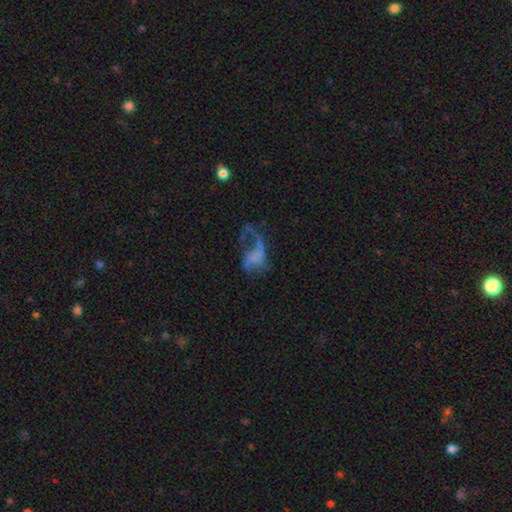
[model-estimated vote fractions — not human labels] Smooth or featured? featured or disk (61%)
Edge-on disk? no (97%)
Bar? no (78%)
Spiral arms? yes (55%)
Bulge size? none (71%)
Merging? major disturbance (56%)